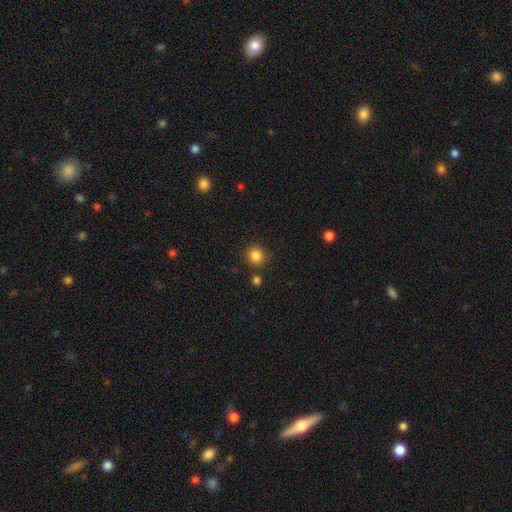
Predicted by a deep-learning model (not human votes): Morphology: type=smooth (84%); roundness=round (92%); merging=none (84%).